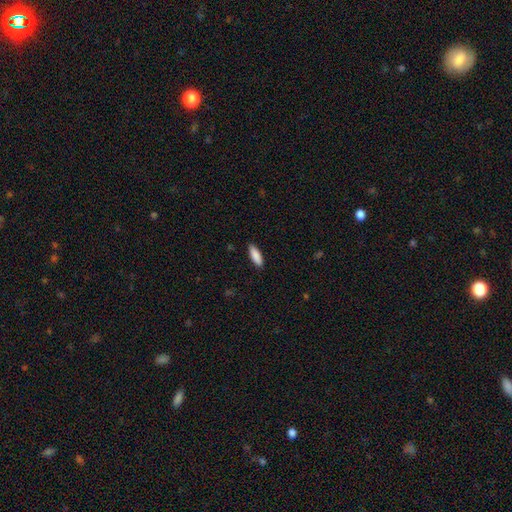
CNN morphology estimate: type=smooth (89%); roundness=in between (58%); merging=none (89%).